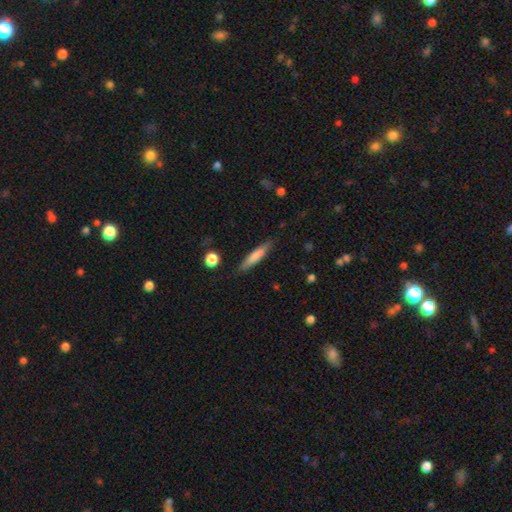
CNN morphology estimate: smooth-or-featured: smooth: 72% | featured or disk: 22% | star or artifact: 6%
  how-rounded: cigar-shaped: 86% | in between: 13% | round: 1%
  merging: none: 84% | minor disturbance: 12% | major disturbance: 2% | merger: 2%